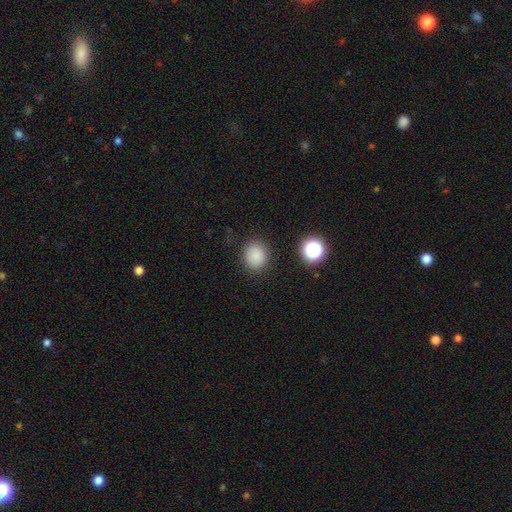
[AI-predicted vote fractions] The model was most divided on "how rounded": round: 68%, in between: 31%, cigar-shaped: 1%. More confident: merging — none (86%); smooth or featured — smooth (84%).